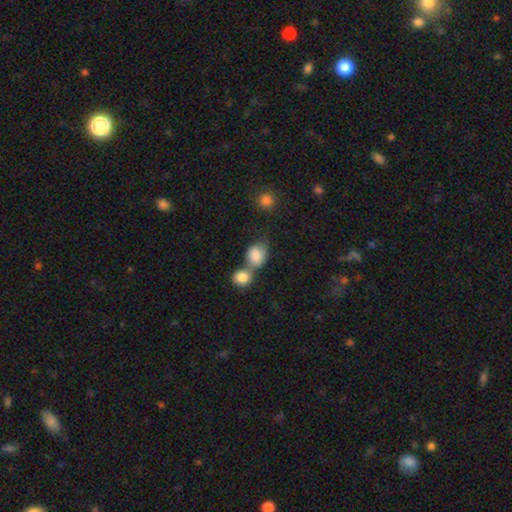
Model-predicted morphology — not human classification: A smooth galaxy with no disk features (83%) that is round (60%).

Vote fractions:
- Smooth or featured? smooth: 83% / featured or disk: 9% / star or artifact: 8%
- How rounded? round: 60% / in between: 39% / cigar-shaped: 1%
- Merging? merger: 57% / none: 26% / minor disturbance: 11% / major disturbance: 6%